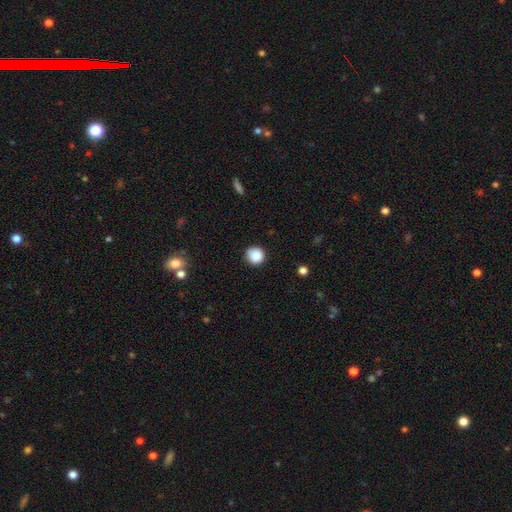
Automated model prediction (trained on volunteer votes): smooth 87%, star or artifact 10%, featured or disk 3%. Down the decision tree: how rounded — round (94%); merging — none (87%).